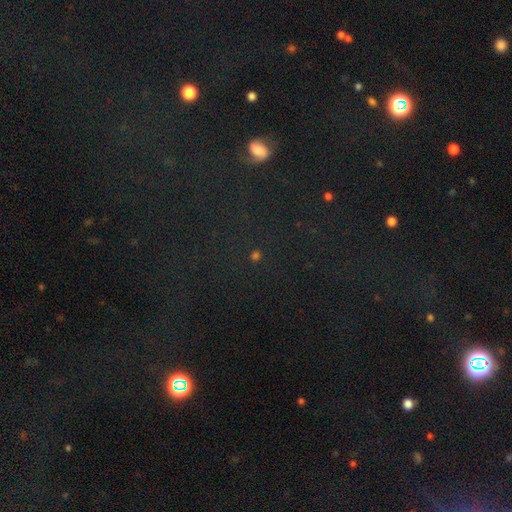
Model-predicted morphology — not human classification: Smooth or featured?
  - star or artifact: 52% *
  - smooth: 39%
  - featured or disk: 9%